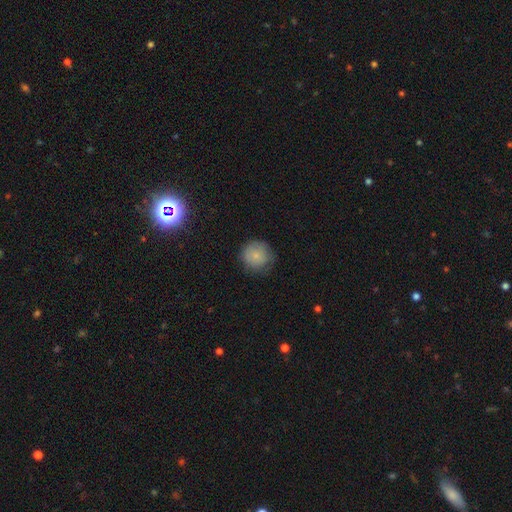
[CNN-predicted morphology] Smooth or featured? smooth (80%)
How rounded? round (92%)
Merging? none (72%)